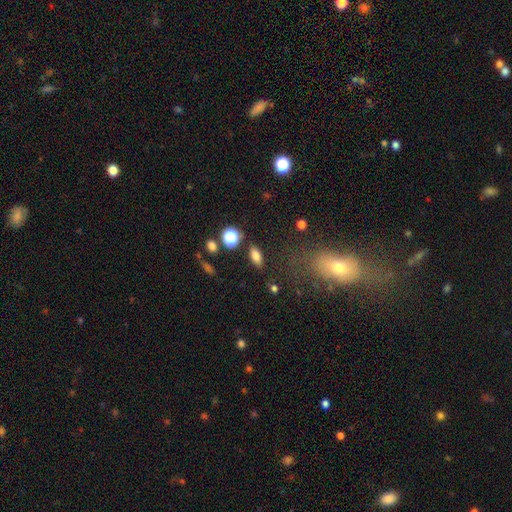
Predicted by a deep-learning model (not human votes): smooth-or-featured: smooth: 76% | featured or disk: 12% | star or artifact: 11%
  how-rounded: in between: 80% | cigar-shaped: 12% | round: 8%
  merging: none: 83% | minor disturbance: 10% | merger: 4% | major disturbance: 3%